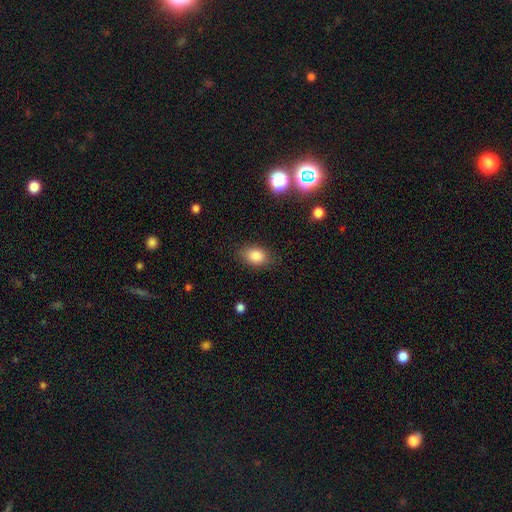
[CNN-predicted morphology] A smooth galaxy with no disk features (85%) that is in between round and cigar-shaped (81%). Merging: none (82%).